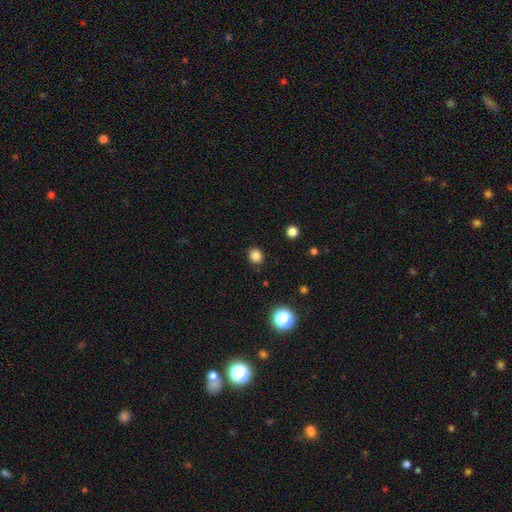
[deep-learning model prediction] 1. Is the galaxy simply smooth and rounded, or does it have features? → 84% smooth, 12% star or artifact, 4% featured or disk.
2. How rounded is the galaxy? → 73% round, 26% in between, 1% cigar-shaped.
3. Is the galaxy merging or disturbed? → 90% none, 7% minor disturbance, 2% major disturbance, 1% merger.